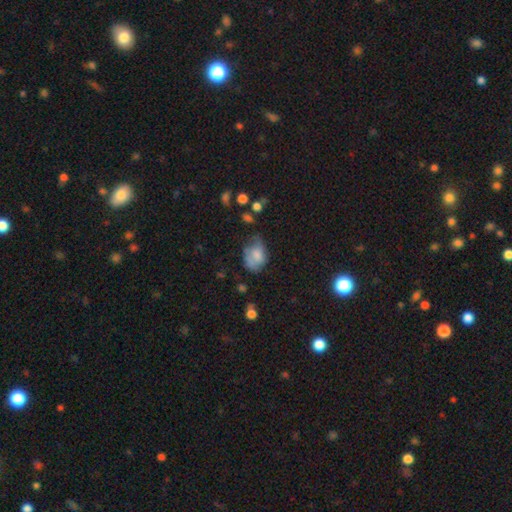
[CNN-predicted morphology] Overall: smooth (68%). How rounded: in between (76%). Merging: minor disturbance (36%; none 35%).